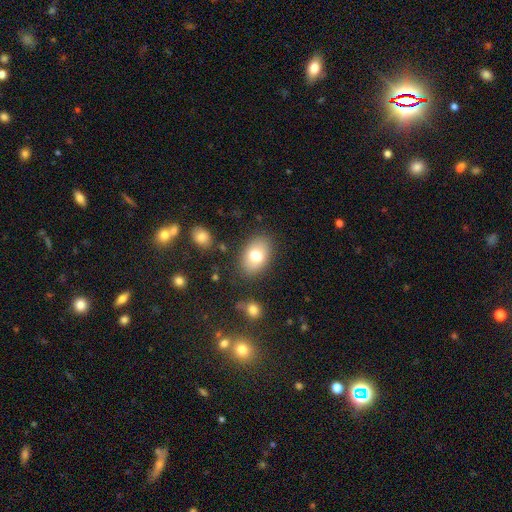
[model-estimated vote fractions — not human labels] A smooth galaxy with no disk features (76%) that is in between round and cigar-shaped (85%). Merging: none (83%).